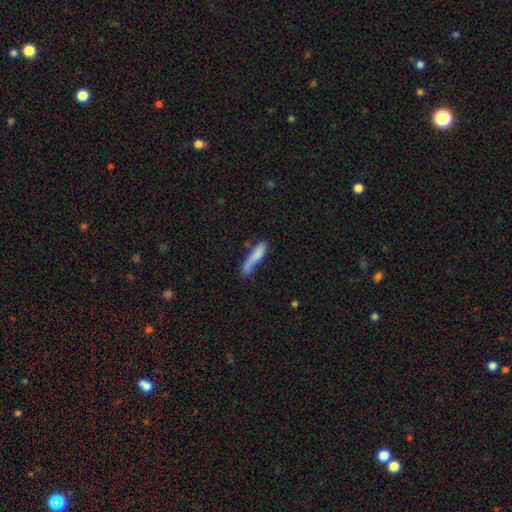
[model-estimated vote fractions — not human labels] Smooth or featured?
  - smooth: 77% *
  - featured or disk: 16%
  - star or artifact: 7%
How rounded?
  - cigar-shaped: 80% *
  - in between: 18%
  - round: 2%
Merging?
  - none: 49% *
  - minor disturbance: 26%
  - merger: 14%
  - major disturbance: 11%